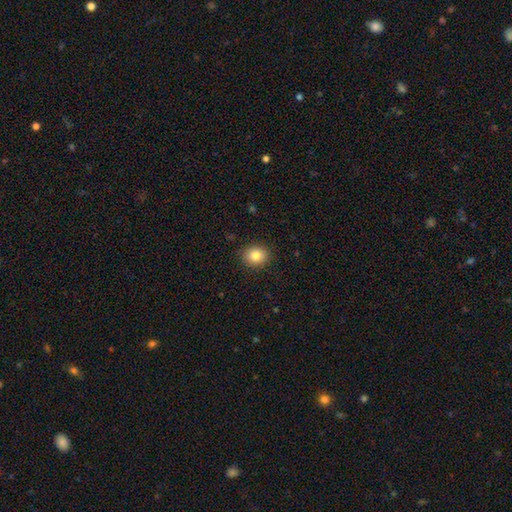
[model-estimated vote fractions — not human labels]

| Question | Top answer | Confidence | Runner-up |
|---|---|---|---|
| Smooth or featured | smooth | 83% | star or artifact (10%) |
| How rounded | round | 66% | in between (34%) |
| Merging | none | 89% | minor disturbance (8%) |